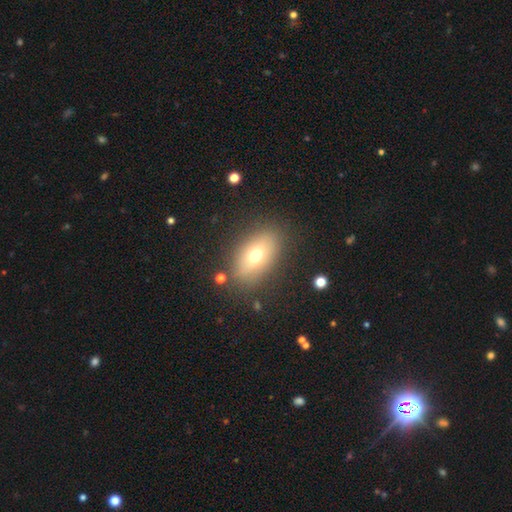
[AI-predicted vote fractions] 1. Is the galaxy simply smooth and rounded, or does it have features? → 66% smooth, 23% featured or disk, 11% star or artifact.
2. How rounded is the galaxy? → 84% in between, 10% round, 5% cigar-shaped.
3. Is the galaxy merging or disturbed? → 83% none, 10% minor disturbance, 4% major disturbance, 2% merger.